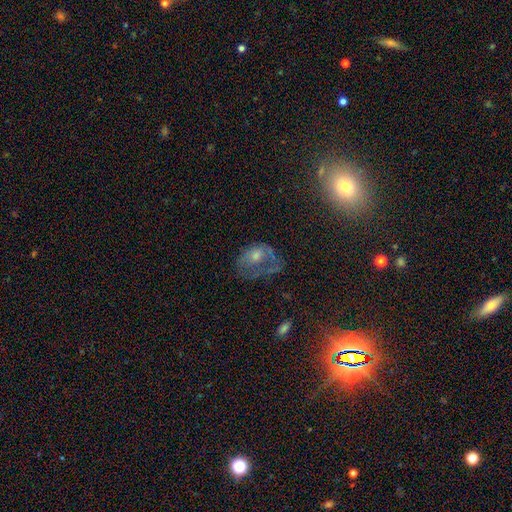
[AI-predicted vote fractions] This is marginally a featured or disk galaxy (44%). Merging: marginally major disturbance (38%).